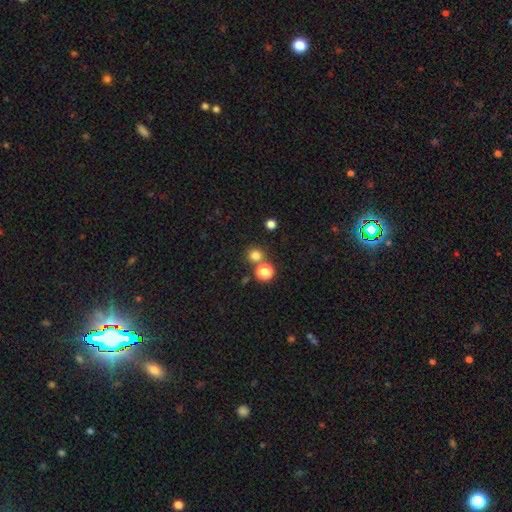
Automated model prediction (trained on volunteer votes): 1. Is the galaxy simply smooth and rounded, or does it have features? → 77% smooth, 17% star or artifact, 6% featured or disk.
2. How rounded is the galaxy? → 90% round, 9% in between, 1% cigar-shaped.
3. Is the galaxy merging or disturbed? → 70% none, 20% merger, 6% minor disturbance, 3% major disturbance.